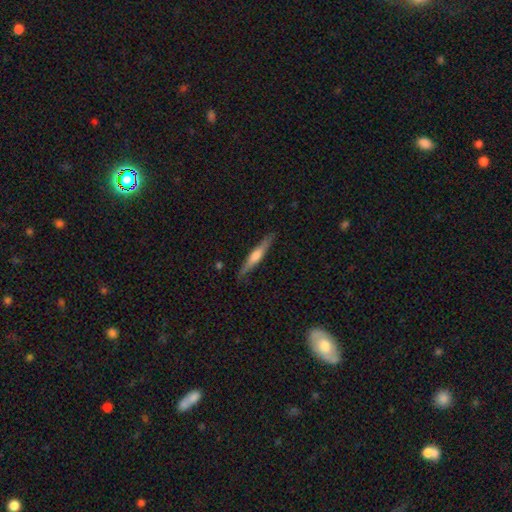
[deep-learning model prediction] A featured or disk galaxy (52%) viewed edge-on (95%). Merging: none (87%).